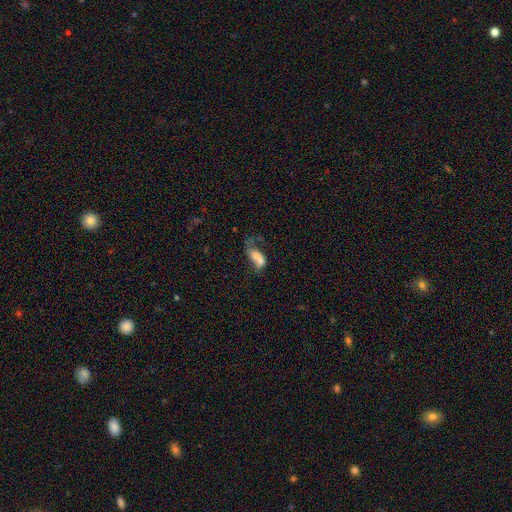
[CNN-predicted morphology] The model was most divided on "smooth or featured": smooth: 49%, featured or disk: 39%, star or artifact: 12%. More confident: merging — merger (54%).